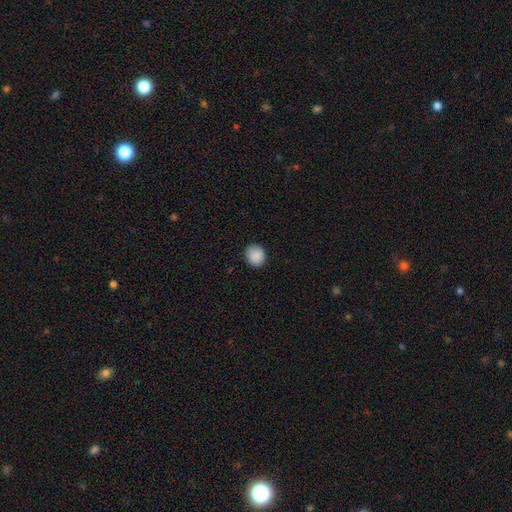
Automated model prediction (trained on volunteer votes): The model was most divided on "how rounded": round: 80%, in between: 19%, cigar-shaped: 1%. More confident: smooth or featured — smooth (89%); merging — none (89%).